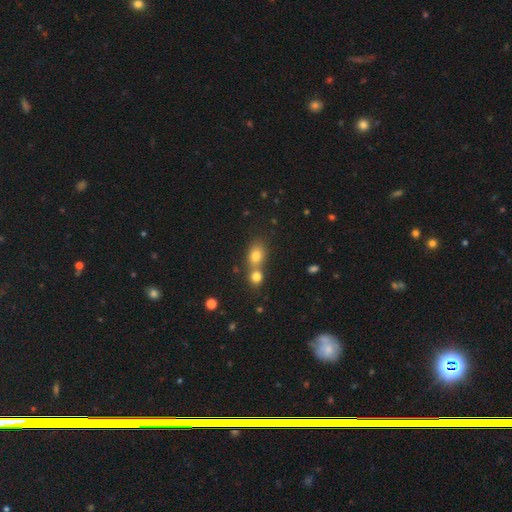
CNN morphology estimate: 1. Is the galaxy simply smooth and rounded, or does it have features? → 78% smooth, 12% star or artifact, 10% featured or disk.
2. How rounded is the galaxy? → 56% in between, 42% round, 2% cigar-shaped.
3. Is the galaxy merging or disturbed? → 52% merger, 38% none, 8% minor disturbance, 3% major disturbance.